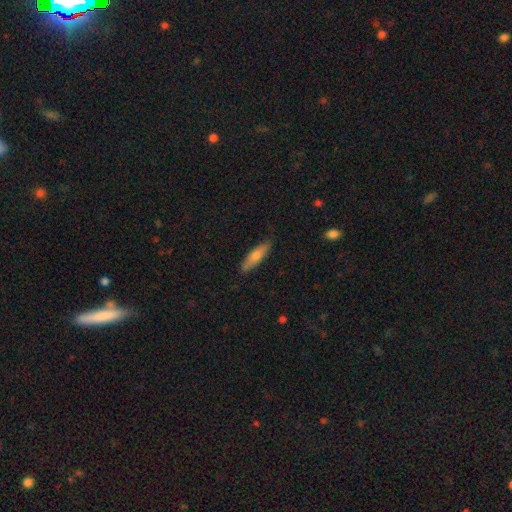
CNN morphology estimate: Smooth or featured: smooth — 70% (featured or disk — 24%)
How rounded: cigar-shaped — 68% (in between — 30%)
Merging: none — 84% (minor disturbance — 12%)